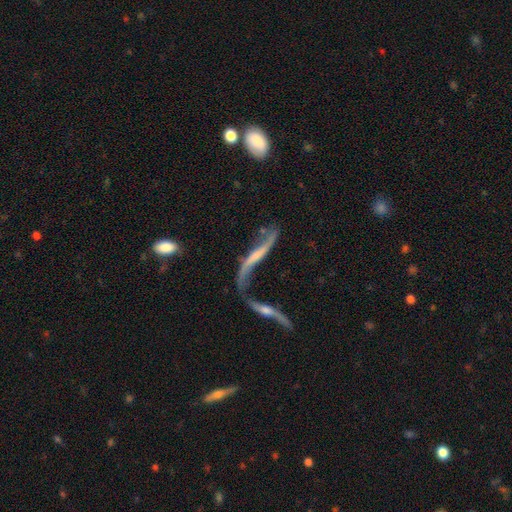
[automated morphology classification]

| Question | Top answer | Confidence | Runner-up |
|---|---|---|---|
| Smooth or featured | featured or disk | 78% | smooth (15%) |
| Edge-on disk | no | 61% | yes (39%) |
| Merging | none | 34% | merger (33%) |